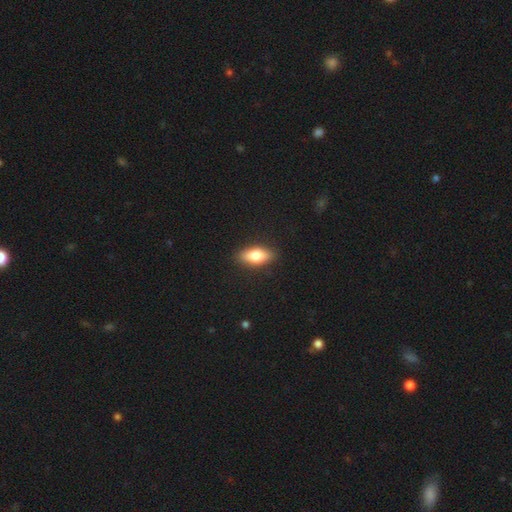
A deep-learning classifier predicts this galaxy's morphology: A smooth galaxy with no disk features (75%) that is in between round and cigar-shaped (80%). Merging: none (89%).